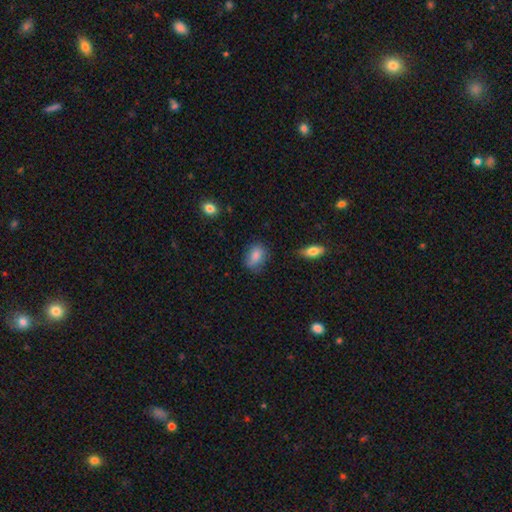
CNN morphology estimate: Smooth or featured?
  - smooth: 84% *
  - star or artifact: 8%
  - featured or disk: 8%
How rounded?
  - in between: 75% *
  - round: 23%
  - cigar-shaped: 2%
Merging?
  - none: 69% *
  - minor disturbance: 24%
  - major disturbance: 5%
  - merger: 2%